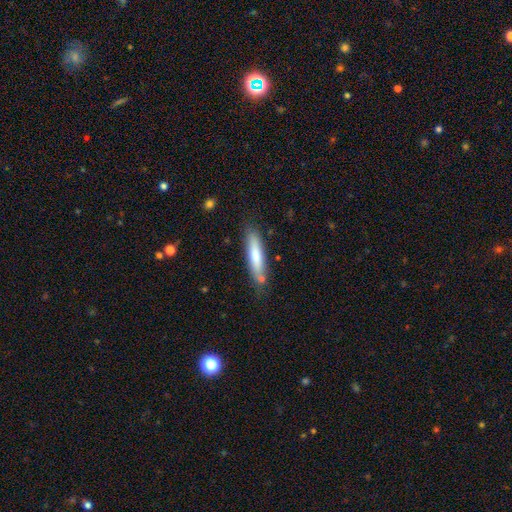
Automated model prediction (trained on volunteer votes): Smooth or featured?
  - smooth: 73% *
  - featured or disk: 21%
  - star or artifact: 6%
How rounded?
  - cigar-shaped: 83% *
  - in between: 16%
  - round: 1%
Merging?
  - none: 76% *
  - minor disturbance: 15%
  - merger: 5%
  - major disturbance: 3%